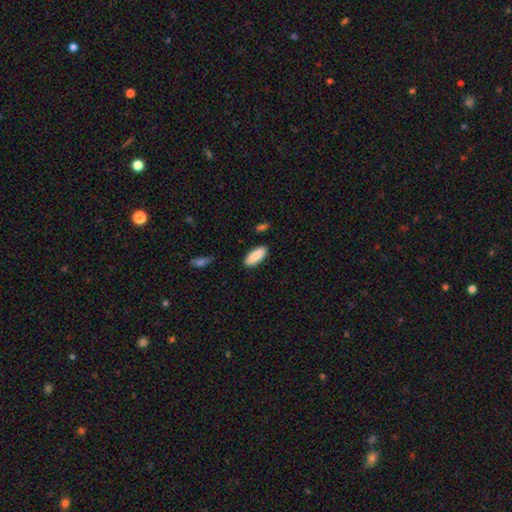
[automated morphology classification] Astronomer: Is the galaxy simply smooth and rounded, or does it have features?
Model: smooth — 89%.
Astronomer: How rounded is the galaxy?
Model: in between — 78%.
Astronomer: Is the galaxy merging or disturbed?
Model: none — 87%.